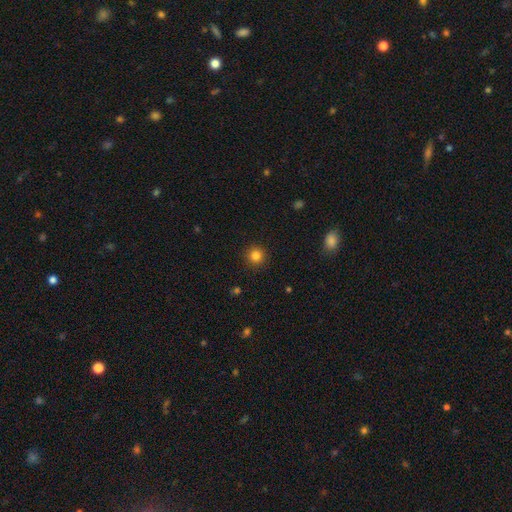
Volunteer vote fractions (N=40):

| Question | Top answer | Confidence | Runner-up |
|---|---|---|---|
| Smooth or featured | smooth | 85% | star or artifact (12%) |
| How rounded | round | 97% | in between (3%) |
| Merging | none | 97% | major disturbance (3%) |